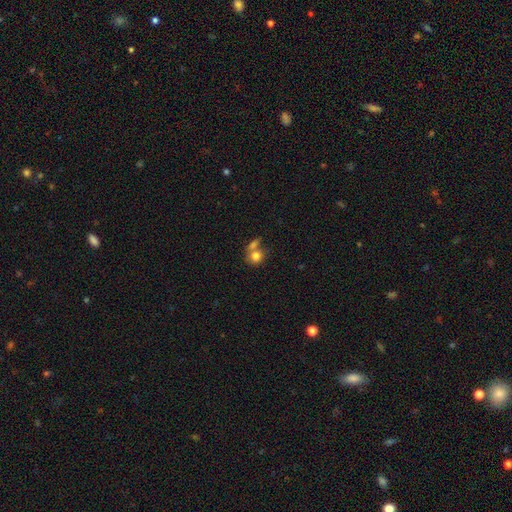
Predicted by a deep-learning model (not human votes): Q: Smooth or featured?
A: smooth (79%); runner-up: featured or disk (12%)
Q: How rounded?
A: round (73%); runner-up: in between (26%)
Q: Merging?
A: merger (48%); runner-up: none (37%)